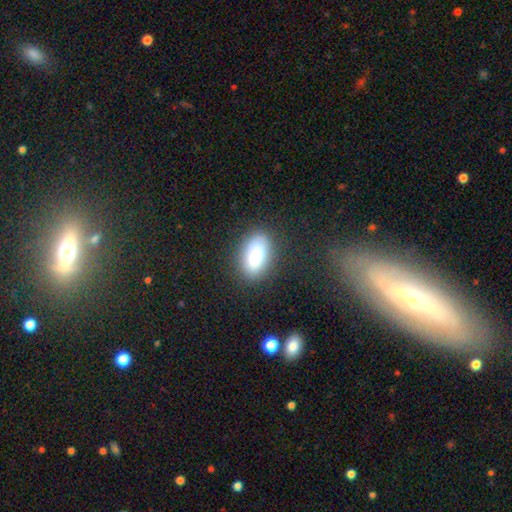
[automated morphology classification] A smooth galaxy with no disk features (83%) that is in between round and cigar-shaped (90%).

Vote fractions:
- Smooth or featured? smooth: 83% / featured or disk: 9% / star or artifact: 8%
- How rounded? in between: 90% / round: 7% / cigar-shaped: 3%
- Merging? none: 82% / minor disturbance: 12% / major disturbance: 4% / merger: 2%